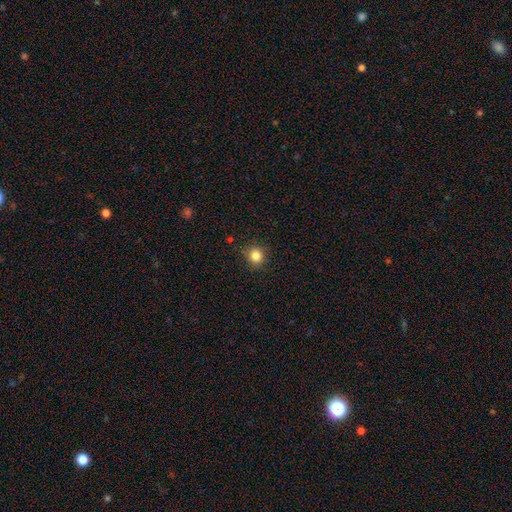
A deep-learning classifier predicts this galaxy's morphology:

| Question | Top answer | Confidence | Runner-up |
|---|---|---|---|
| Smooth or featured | smooth | 83% | star or artifact (12%) |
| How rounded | round | 90% | in between (9%) |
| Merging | none | 89% | minor disturbance (8%) |